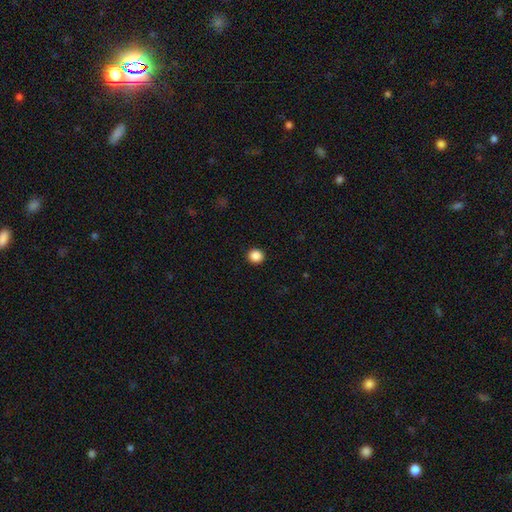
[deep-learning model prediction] Q: Smooth or featured?
A: smooth (87%); runner-up: star or artifact (10%)
Q: How rounded?
A: round (92%); runner-up: in between (8%)
Q: Merging?
A: none (93%); runner-up: minor disturbance (4%)